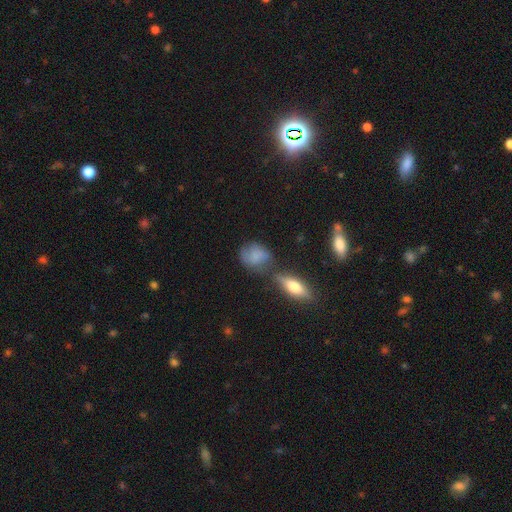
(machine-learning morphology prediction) Smooth or featured: smooth — 70% (featured or disk — 20%)
How rounded: round — 51% (in between — 45%)
Merging: none — 50% (minor disturbance — 23%)